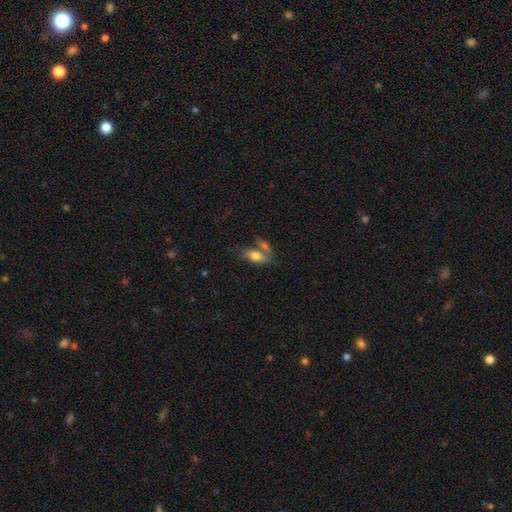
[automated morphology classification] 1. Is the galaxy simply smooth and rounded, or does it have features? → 71% smooth, 21% featured or disk, 7% star or artifact.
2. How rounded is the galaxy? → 84% in between, 10% cigar-shaped, 6% round.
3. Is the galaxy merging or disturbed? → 40% merger, 36% none, 15% minor disturbance, 9% major disturbance.